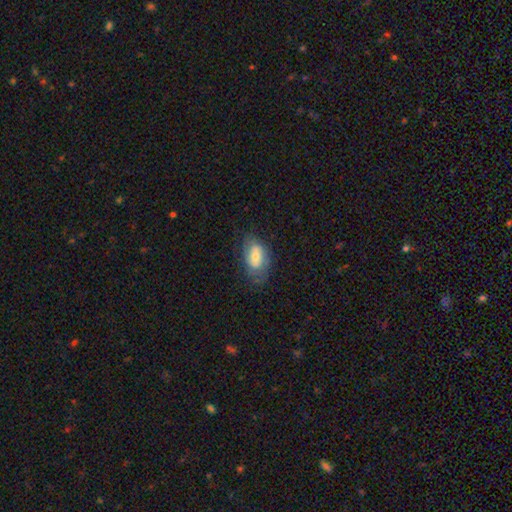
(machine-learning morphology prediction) A smooth galaxy with no disk features (55%) that is in between round and cigar-shaped (90%). Merging: none (63%).